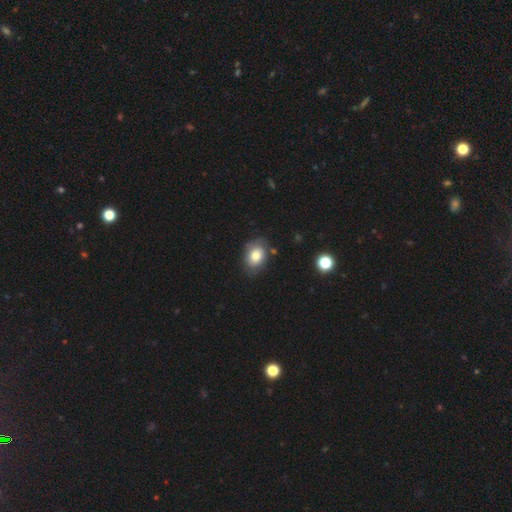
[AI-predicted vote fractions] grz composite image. It shows a smooth galaxy with no disk features (75%) that is in between round and cigar-shaped (70%). Merging: none (76%).